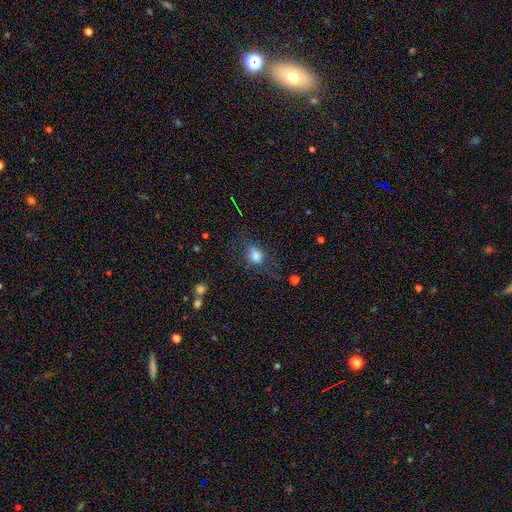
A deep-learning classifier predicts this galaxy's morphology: type=smooth (76%); roundness=in between (56%); merging=none (59%).